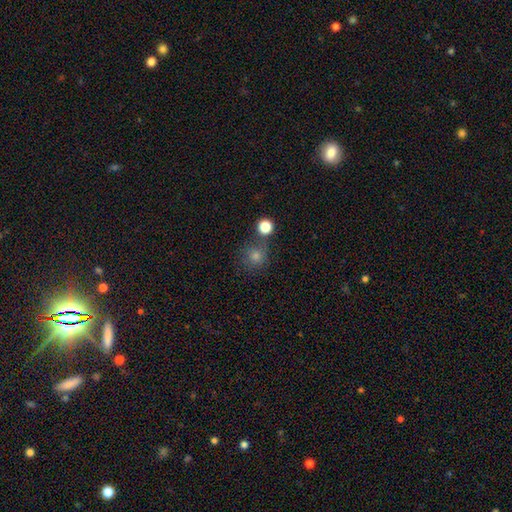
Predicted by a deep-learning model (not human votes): Smooth or featured?
  - smooth: 67% *
  - star or artifact: 22%
  - featured or disk: 11%
How rounded?
  - round: 91% *
  - in between: 8%
  - cigar-shaped: 1%
Merging?
  - none: 70% *
  - merger: 14%
  - minor disturbance: 11%
  - major disturbance: 5%